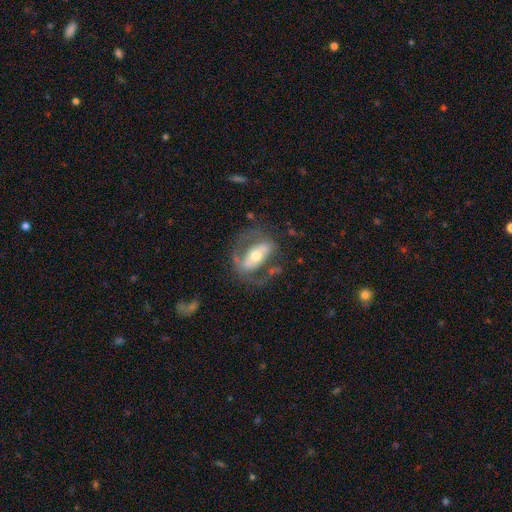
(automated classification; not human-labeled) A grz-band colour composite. It shows a featured or disk galaxy (65%) with a strong bar (43%), spiral arms (55%) and a moderate central bulge (64%). Merging: none (57%).